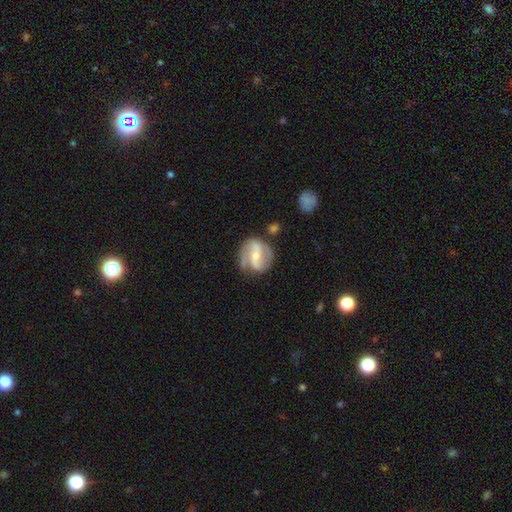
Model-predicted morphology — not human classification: Overall: featured or disk (78%). Edge-on disk: no (97%). Bar: weak (41%; strong 35%). Spiral arms: yes (92%). Spiral arm count: 2 (82%). Spiral winding: medium (47%; loose 32%). Bulge size: small (51%; moderate 43%). Merging: none (68%).